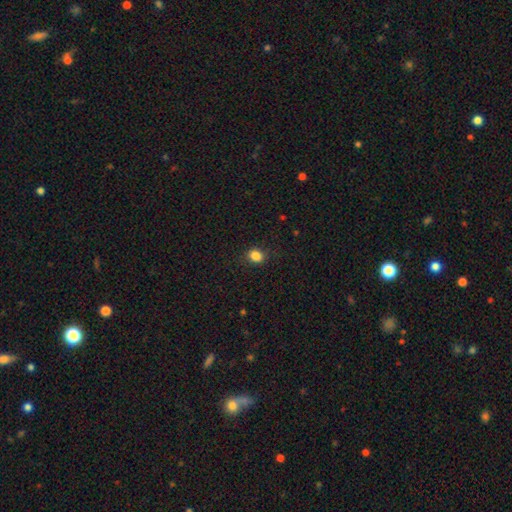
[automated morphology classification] type=smooth (85%); roundness=round (58%); merging=none (85%).